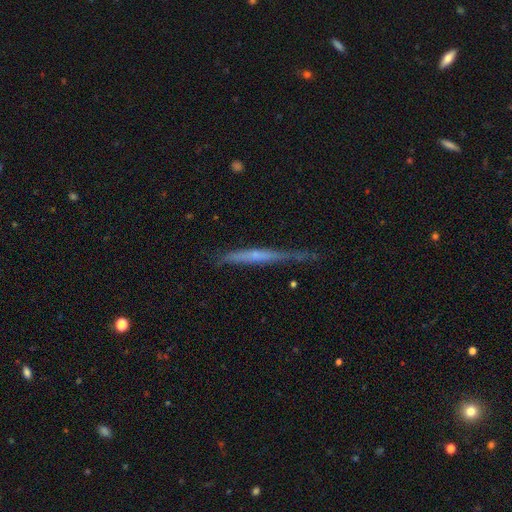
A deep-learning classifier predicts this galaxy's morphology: type=featured or disk (55%); edge-on=yes (94%); edge-on bulge=none (63%); merging=none (64%).